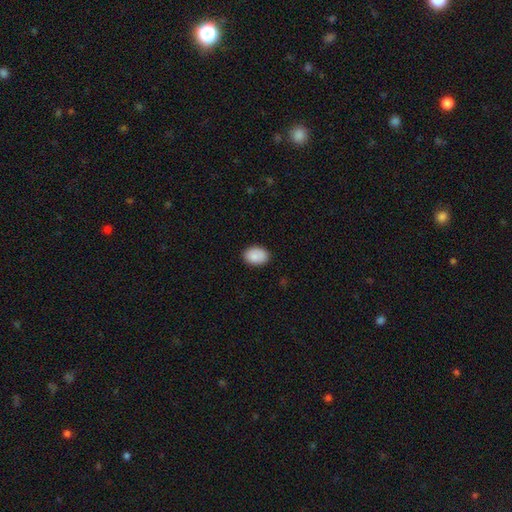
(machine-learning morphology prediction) smooth 88%, star or artifact 7%, featured or disk 5%. Down the decision tree: how rounded — in between (81%); merging — none (85%).